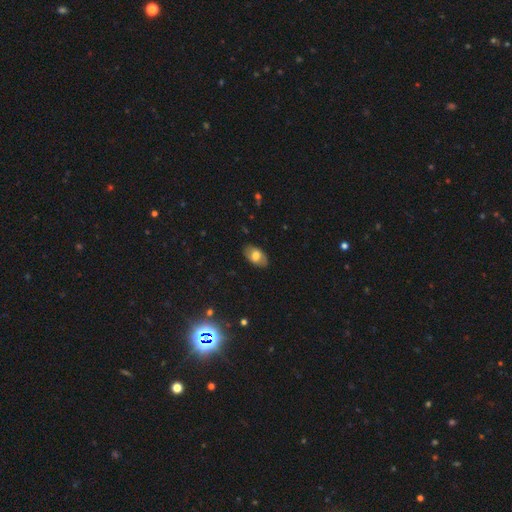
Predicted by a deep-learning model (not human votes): A smooth galaxy with no disk features (66%) that is in between round and cigar-shaped (92%). Merging: none (83%).